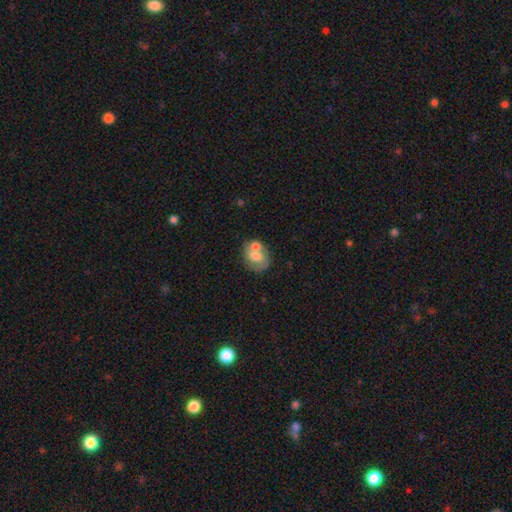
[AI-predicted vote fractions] Overall: smooth (53%; featured or disk 39%). How rounded: in between (50%; round 49%). Merging: merger (45%; none 36%).